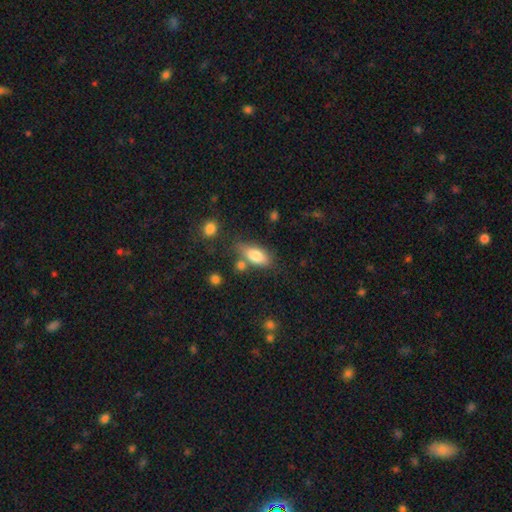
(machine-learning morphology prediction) Smooth or featured? Predicted: smooth (p=0.78). How rounded? Predicted: in between (p=0.84). Merging? Predicted: none (p=0.60).